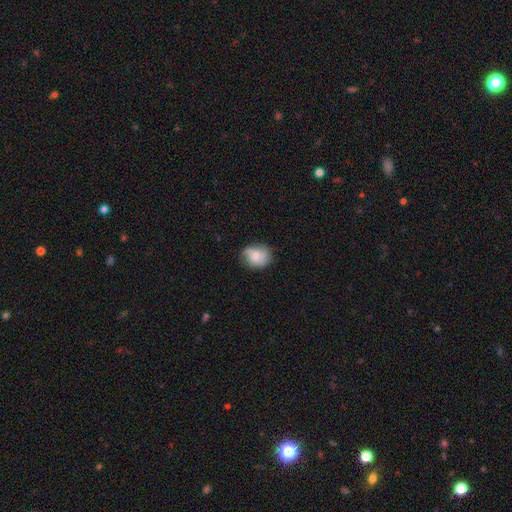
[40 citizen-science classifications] Smooth or featured? 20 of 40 (50%) said smooth. How rounded? 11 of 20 (55%) said round. Merging? 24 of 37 (65%) said none.